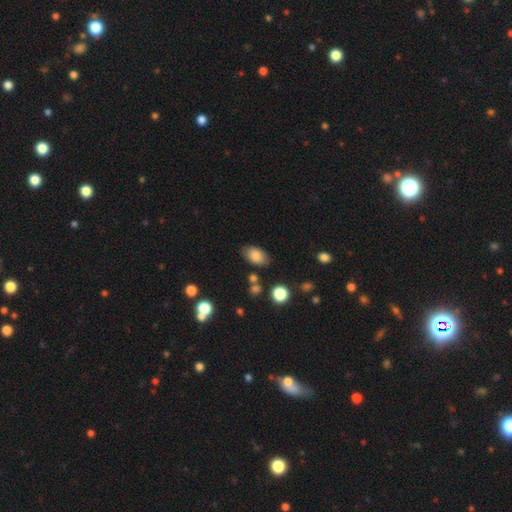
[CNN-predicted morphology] Q: Smooth or featured?
A: smooth (82%); runner-up: featured or disk (9%)
Q: How rounded?
A: in between (90%); runner-up: round (8%)
Q: Merging?
A: none (77%); runner-up: minor disturbance (15%)